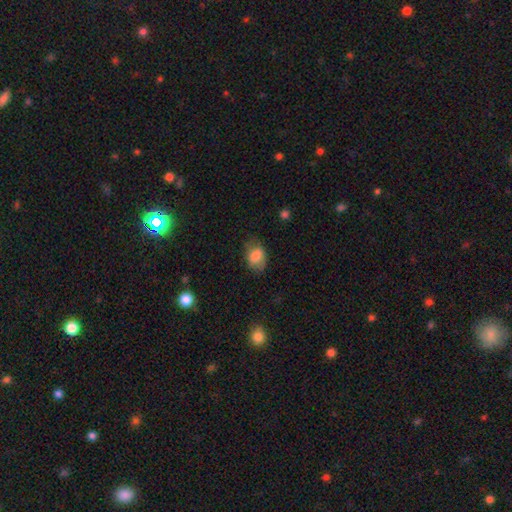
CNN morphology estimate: A smooth galaxy with no disk features (80%) that is in between round and cigar-shaped (76%). Merging: none (66%).